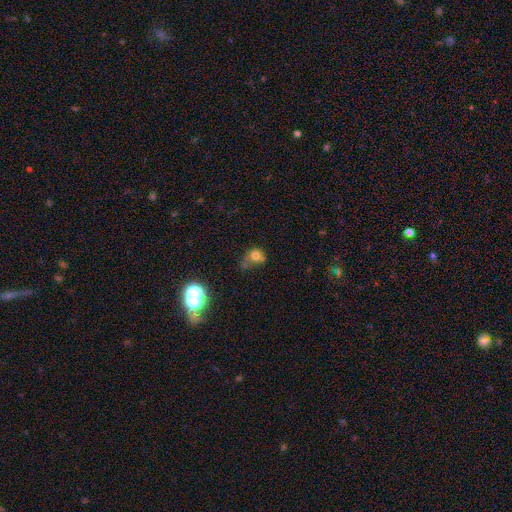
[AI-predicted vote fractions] This is likely a smooth galaxy (69%). How rounded: likely round (70%). Merging: marginally none (36%).